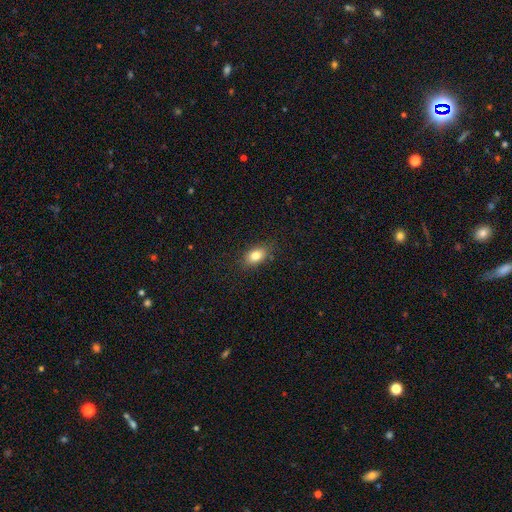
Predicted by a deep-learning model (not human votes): Smooth or featured?
  - smooth: 82% *
  - star or artifact: 9%
  - featured or disk: 9%
How rounded?
  - in between: 83% *
  - round: 15%
  - cigar-shaped: 3%
Merging?
  - none: 83% *
  - minor disturbance: 12%
  - major disturbance: 3%
  - merger: 1%